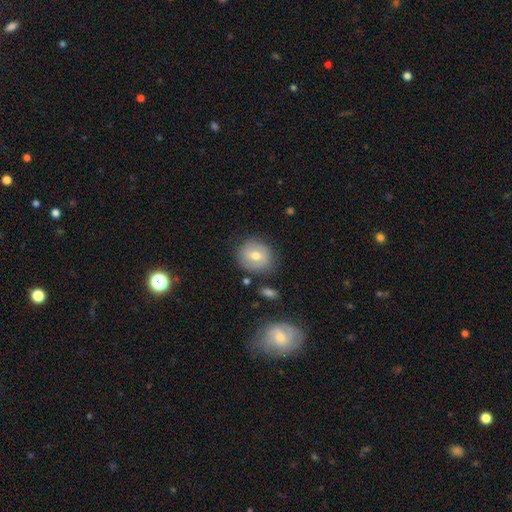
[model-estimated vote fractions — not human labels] A smooth galaxy with no disk features (60%) that is round (84%). Merging: none (80%).